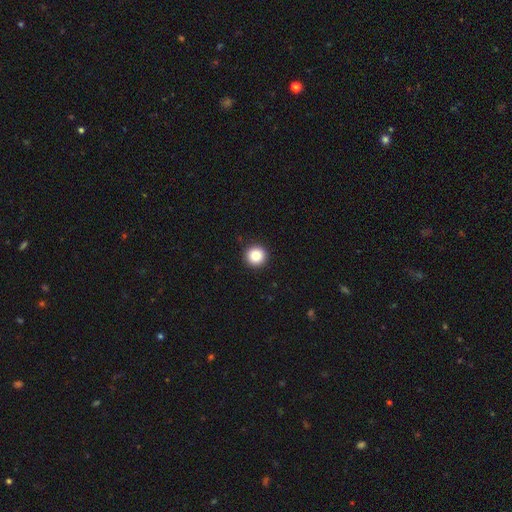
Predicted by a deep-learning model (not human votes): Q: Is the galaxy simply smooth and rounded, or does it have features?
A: smooth — 86%.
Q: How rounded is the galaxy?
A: round — 95%.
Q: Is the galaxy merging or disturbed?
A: none — 93%.